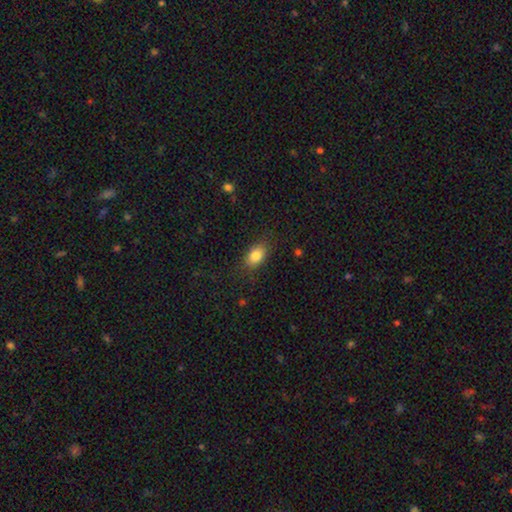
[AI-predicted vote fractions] smooth_or_featured: smooth (p=0.83) [alt: star or artifact p=0.09]
how_rounded: in between (p=0.84) [alt: round p=0.14]
merging: none (p=0.82) [alt: minor disturbance p=0.13]